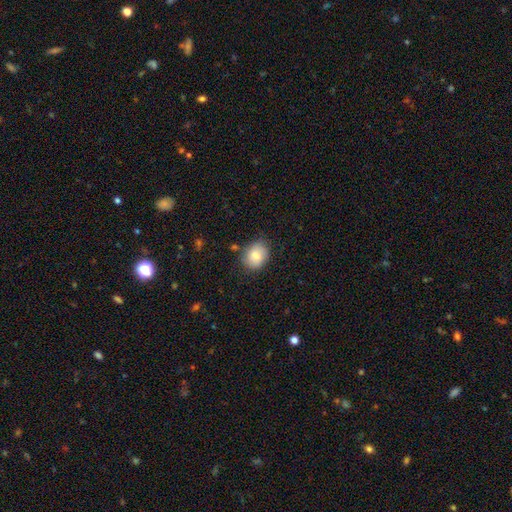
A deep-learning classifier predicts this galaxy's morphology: This appears to be a smooth galaxy with no disk features (81%) that is round (54%). Merging: none (76%).